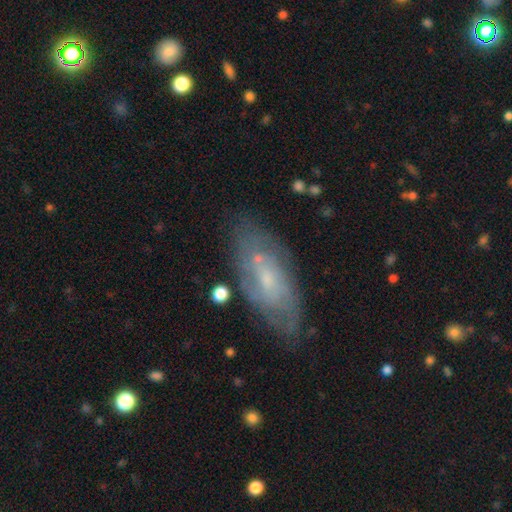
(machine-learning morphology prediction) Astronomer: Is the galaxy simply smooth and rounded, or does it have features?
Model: featured or disk — 59%.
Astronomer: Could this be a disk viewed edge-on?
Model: no — 88%.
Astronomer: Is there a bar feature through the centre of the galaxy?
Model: no — 65%.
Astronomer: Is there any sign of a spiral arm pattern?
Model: yes — 69%.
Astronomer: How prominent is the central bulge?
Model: small — 64%.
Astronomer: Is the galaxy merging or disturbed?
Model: none — 69%.